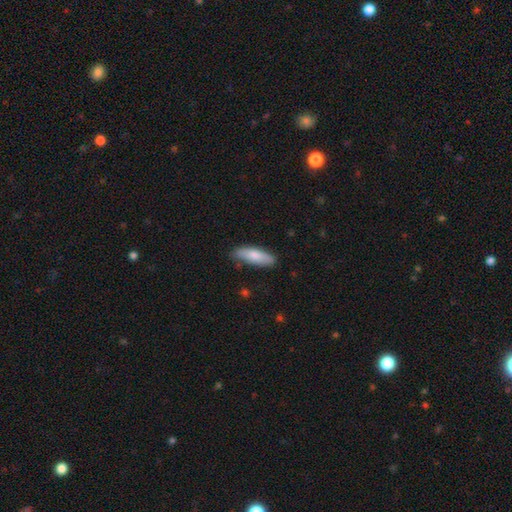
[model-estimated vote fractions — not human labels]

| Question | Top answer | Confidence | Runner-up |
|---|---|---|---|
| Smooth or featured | smooth | 79% | featured or disk (16%) |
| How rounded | in between | 56% | cigar-shaped (42%) |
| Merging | none | 77% | minor disturbance (19%) |